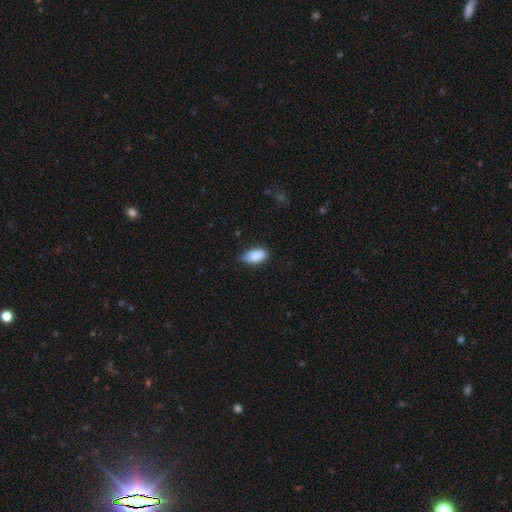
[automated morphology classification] A smooth galaxy with no disk features (89%) that is in between round and cigar-shaped (93%).

Vote fractions:
- Smooth or featured? smooth: 89% / star or artifact: 7% / featured or disk: 4%
- How rounded? in between: 93% / round: 4% / cigar-shaped: 4%
- Merging? none: 72% / minor disturbance: 24% / major disturbance: 3% / merger: 1%